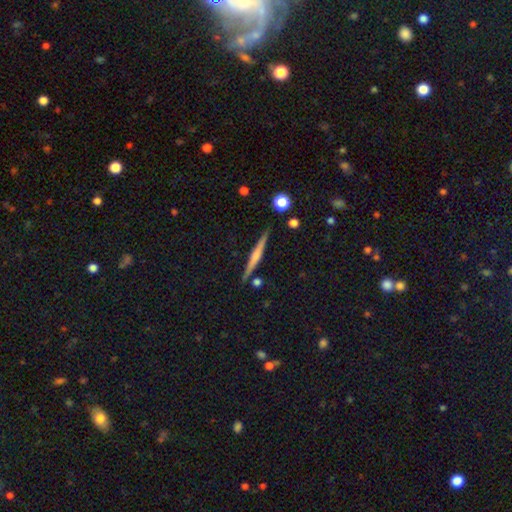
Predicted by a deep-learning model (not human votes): Smooth or featured? Predicted: featured or disk (p=0.59). Edge-on disk? Predicted: yes (p=0.98). Edge-on bulge? Predicted: rounded (p=0.50). Merging? Predicted: none (p=0.87).